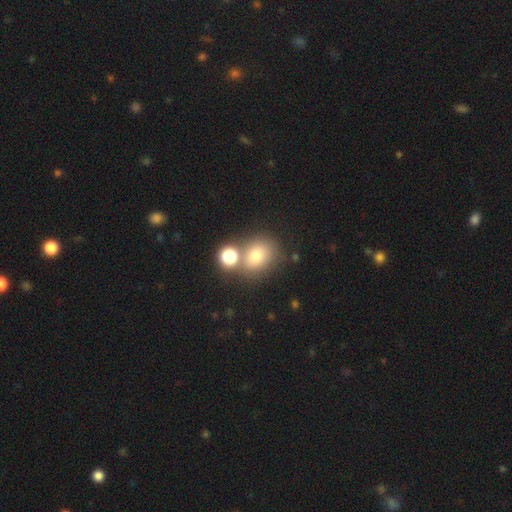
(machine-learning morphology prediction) smooth_or_featured: smooth (p=0.75) [alt: star or artifact p=0.14]
how_rounded: round (p=0.62) [alt: in between p=0.37]
merging: none (p=0.58) [alt: merger p=0.27]